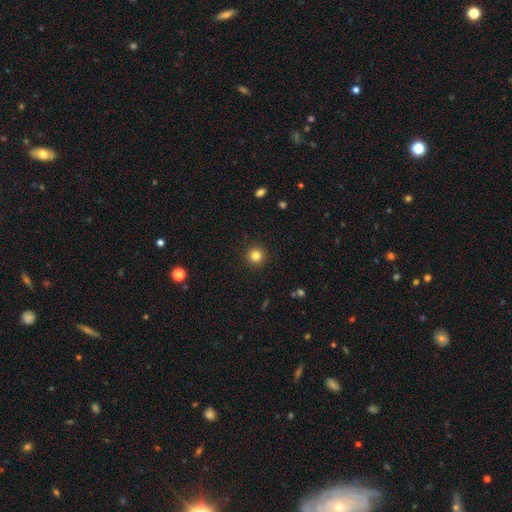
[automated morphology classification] Smooth or featured? smooth (82%)
How rounded? round (96%)
Merging? none (92%)